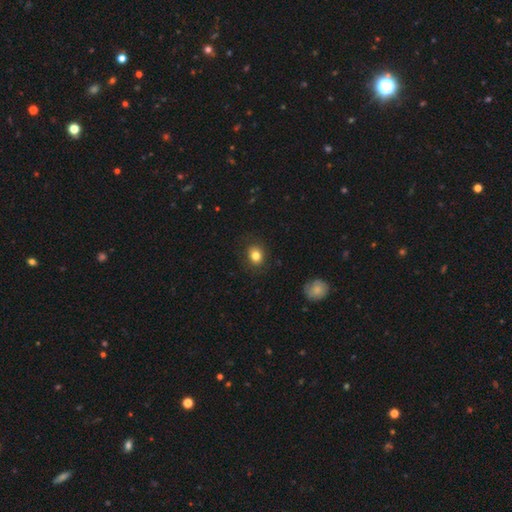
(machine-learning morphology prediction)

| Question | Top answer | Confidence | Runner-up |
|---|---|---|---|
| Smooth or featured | smooth | 82% | star or artifact (10%) |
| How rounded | round | 66% | in between (33%) |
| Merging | none | 86% | minor disturbance (10%) |